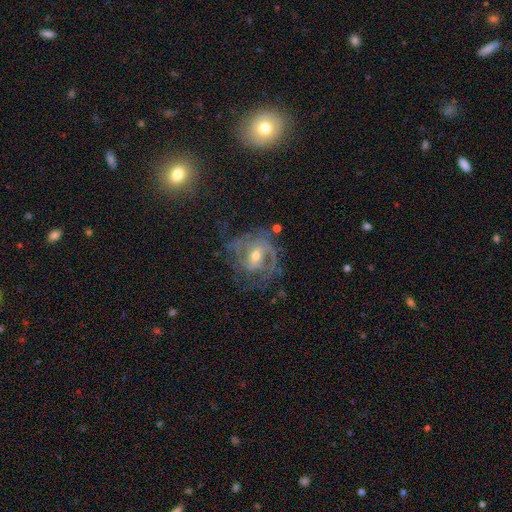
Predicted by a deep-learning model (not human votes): smooth-or-featured: featured or disk: 85% | smooth: 8% | star or artifact: 7%
  disk-edge-on: no: 97% | yes: 3%
    bar: weak: 44% | no: 38% | strong: 18%
    has-spiral-arms: yes: 92% | no: 8%
      spiral-winding: tight: 47% | medium: 40% | loose: 13%
      spiral-arm-count: 2: 37% | can't tell: 27% | 3: 19% | 1: 8% | 4: 5% | more than 4: 4%
    bulge-size: moderate: 51% | small: 46% | large: 2% | none: 1% | dominant: 1%
  merging: none: 57% | minor disturbance: 21% | major disturbance: 19% | merger: 3%